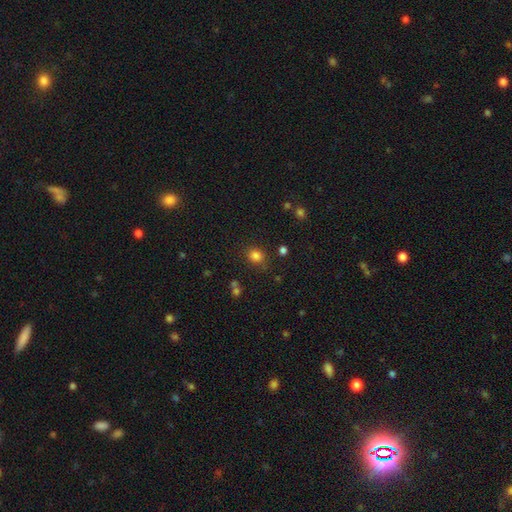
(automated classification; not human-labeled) Smooth or featured? Predicted: smooth (p=0.81). How rounded? Predicted: round (p=0.69). Merging? Predicted: none (p=0.79).